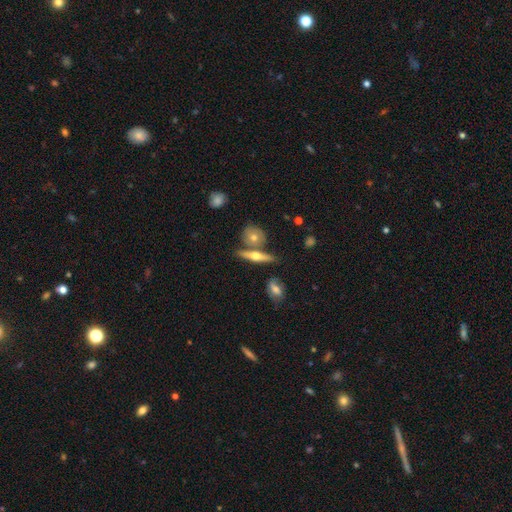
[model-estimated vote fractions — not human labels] Morphology: type=featured or disk (56%); edge-on=yes (92%); edge-on bulge=rounded (93%); merging=none (69%).